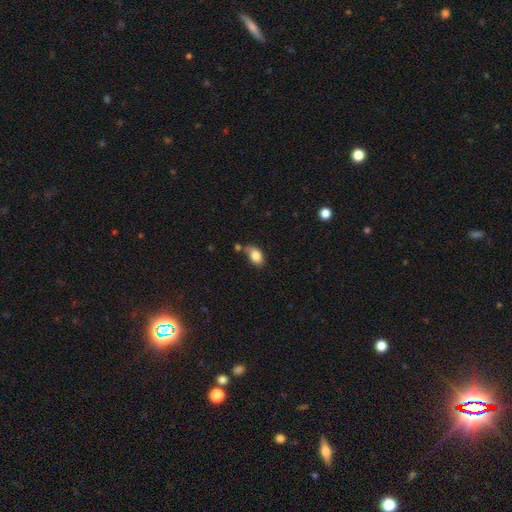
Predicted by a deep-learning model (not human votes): smooth-or-featured: smooth: 84% | featured or disk: 8% | star or artifact: 8%
  how-rounded: in between: 87% | round: 12% | cigar-shaped: 2%
  merging: none: 60% | minor disturbance: 20% | merger: 15% | major disturbance: 5%